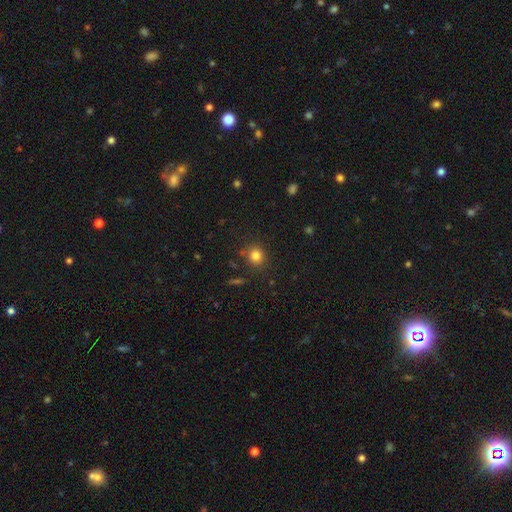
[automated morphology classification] Overall: smooth (81%). How rounded: round (87%). Merging: none (84%).